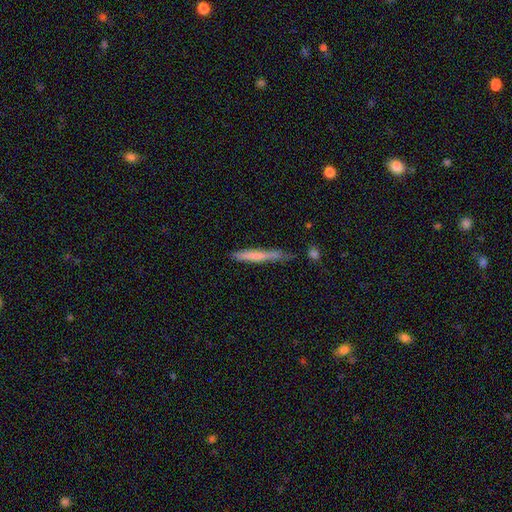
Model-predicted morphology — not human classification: smooth-or-featured: smooth: 65% | featured or disk: 28% | star or artifact: 7%
  how-rounded: cigar-shaped: 95% | in between: 4% | round: 1%
  merging: none: 62% | minor disturbance: 25% | major disturbance: 7% | merger: 6%